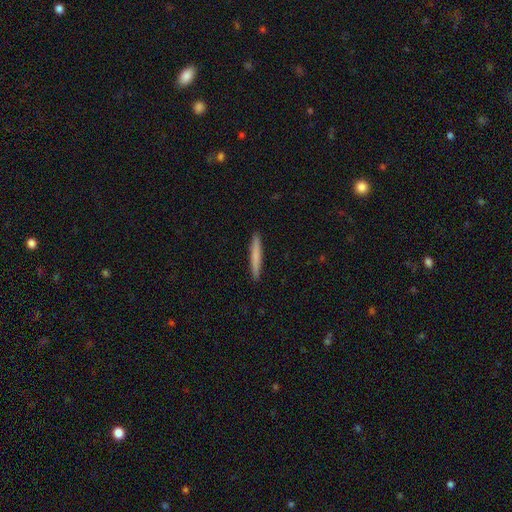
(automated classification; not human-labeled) Morphology: type=smooth (71%); roundness=cigar-shaped (96%); merging=none (93%).